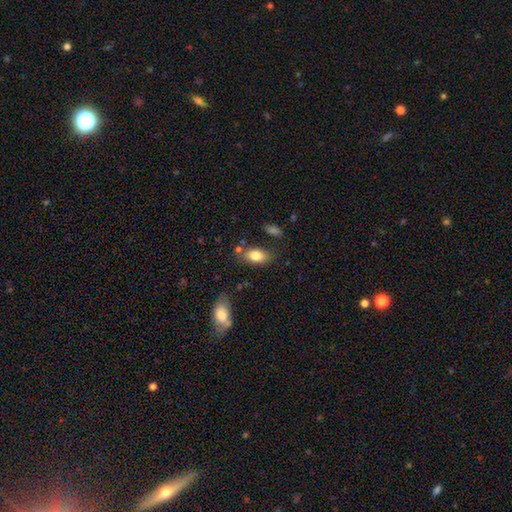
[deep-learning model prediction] This appears to be a smooth galaxy with no disk features (82%) that is in between round and cigar-shaped (90%). Merging: none (73%).